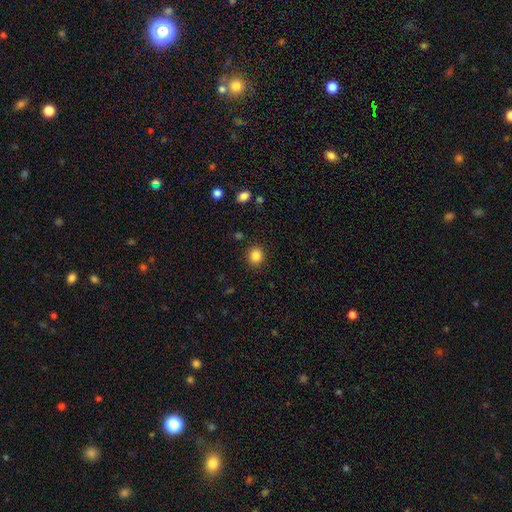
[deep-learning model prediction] smooth-or-featured: smooth: 86% | star or artifact: 11% | featured or disk: 4%
  how-rounded: round: 83% | in between: 16% | cigar-shaped: 1%
  merging: none: 89% | minor disturbance: 7% | major disturbance: 2% | merger: 1%